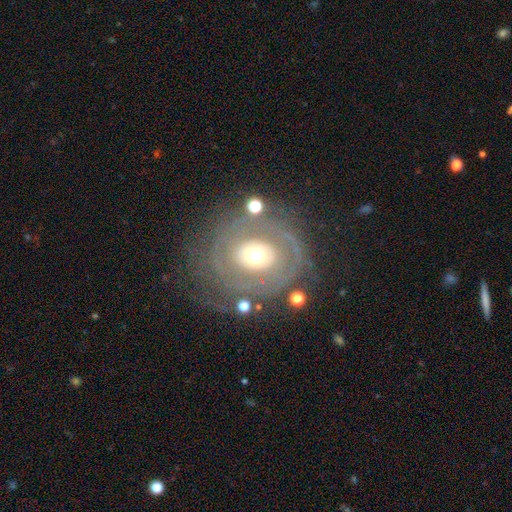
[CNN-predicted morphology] This appears to be a featured or disk galaxy (65%) with no bar (86%), no spiral arms (55%) and a moderate central bulge (62%). Merging: none (67%).